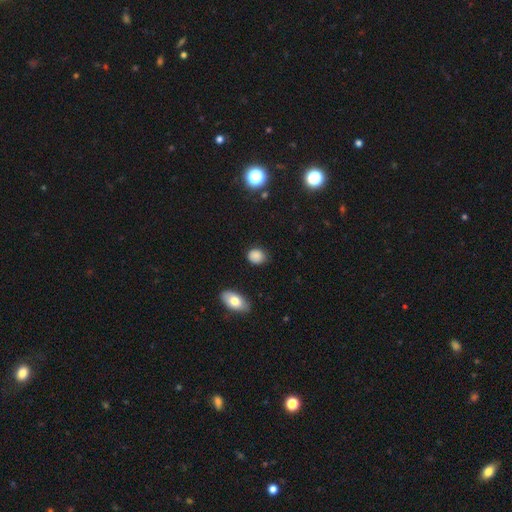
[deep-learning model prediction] smooth-or-featured: smooth: 85% | star or artifact: 10% | featured or disk: 5%
  how-rounded: round: 58% | in between: 41% | cigar-shaped: 1%
  merging: none: 78% | minor disturbance: 16% | major disturbance: 4% | merger: 2%